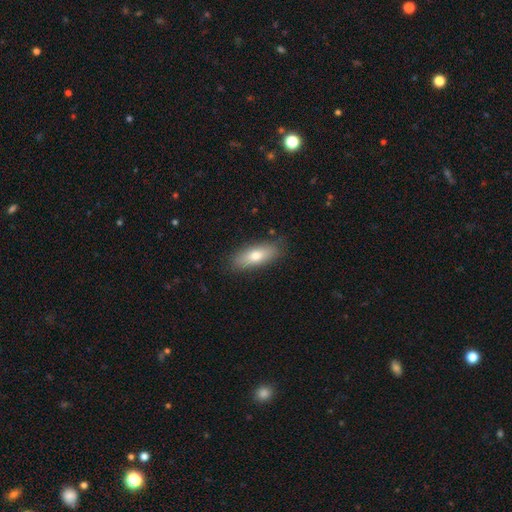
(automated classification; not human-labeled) Morphology: type=smooth (73%); roundness=in between (70%); merging=none (85%).